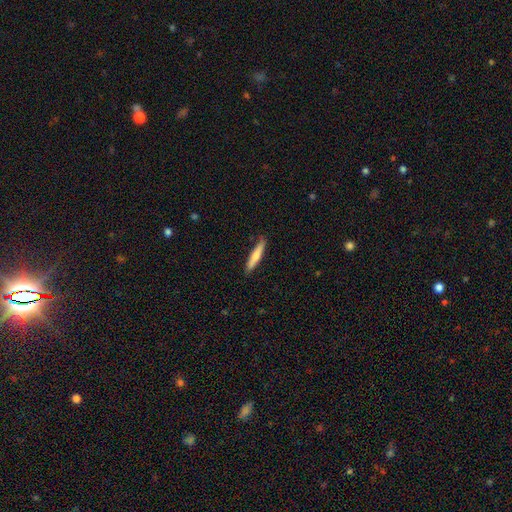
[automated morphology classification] The model was most divided on "smooth or featured": smooth: 69%, featured or disk: 26%, star or artifact: 5%. More confident: how rounded — cigar-shaped (91%); merging — none (84%).